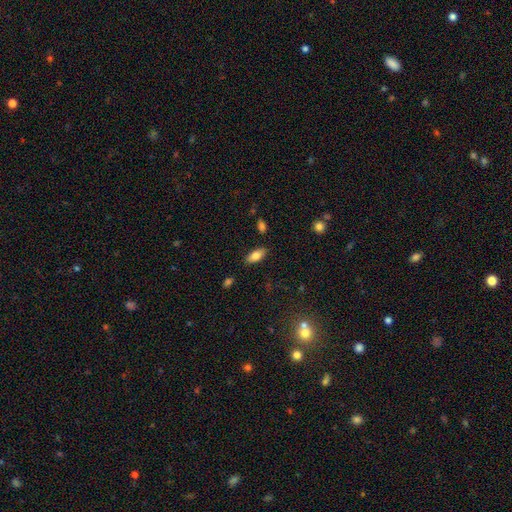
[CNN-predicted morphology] smooth 79%, featured or disk 13%, star or artifact 7%. Down the decision tree: how rounded — in between (87%); merging — none (85%).